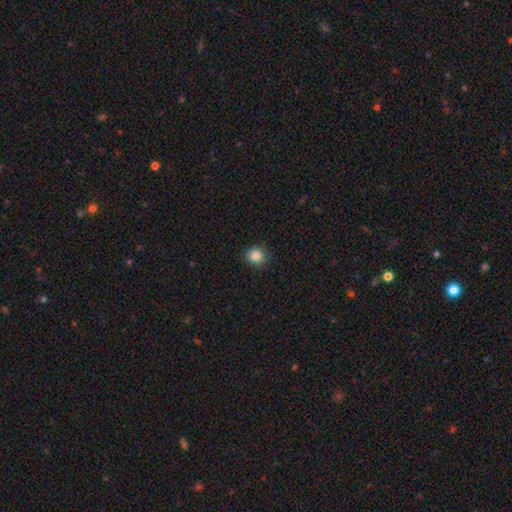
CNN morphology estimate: Smooth or featured? smooth (85%)
How rounded? round (86%)
Merging? none (86%)